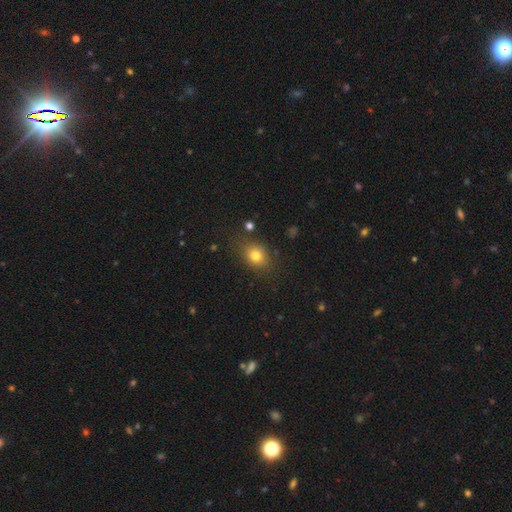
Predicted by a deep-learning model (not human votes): Morphology: type=smooth (78%); roundness=round (51%); merging=none (78%).